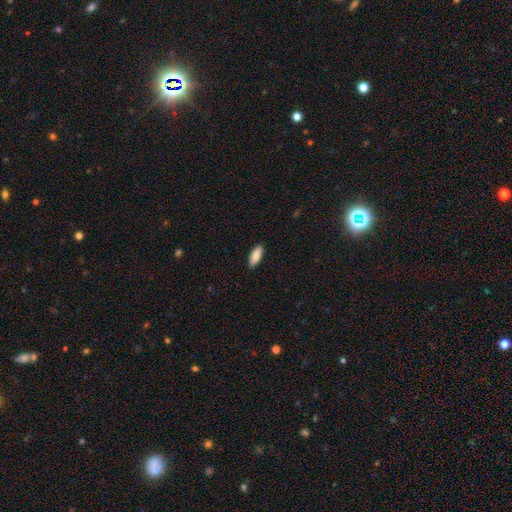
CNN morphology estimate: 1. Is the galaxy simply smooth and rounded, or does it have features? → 87% smooth, 8% featured or disk, 6% star or artifact.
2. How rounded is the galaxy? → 79% in between, 19% cigar-shaped, 2% round.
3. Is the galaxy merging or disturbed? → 89% none, 9% minor disturbance, 2% major disturbance, 1% merger.